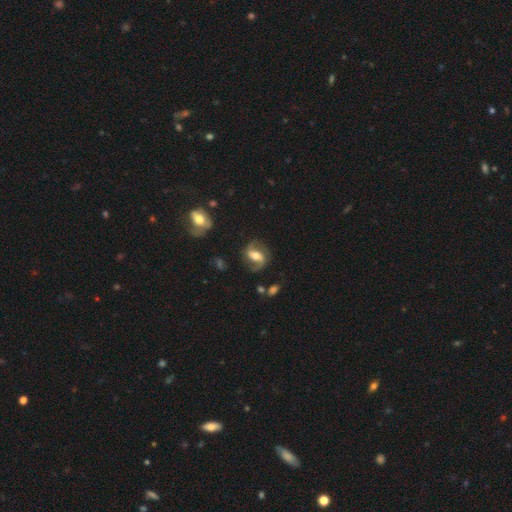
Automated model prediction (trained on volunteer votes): Q: Smooth or featured?
A: featured or disk (78%); runner-up: smooth (15%)
Q: Edge-on disk?
A: no (96%); runner-up: yes (4%)
Q: Bar?
A: strong (40%); runner-up: weak (38%)
Q: Spiral arms?
A: yes (93%); runner-up: no (7%)
Q: Spiral winding?
A: medium (45%); runner-up: loose (41%)
Q: Spiral arm count?
A: 2 (91%); runner-up: can't tell (3%)
Q: Bulge size?
A: moderate (64%); runner-up: small (17%)
Q: Merging?
A: none (77%); runner-up: minor disturbance (14%)